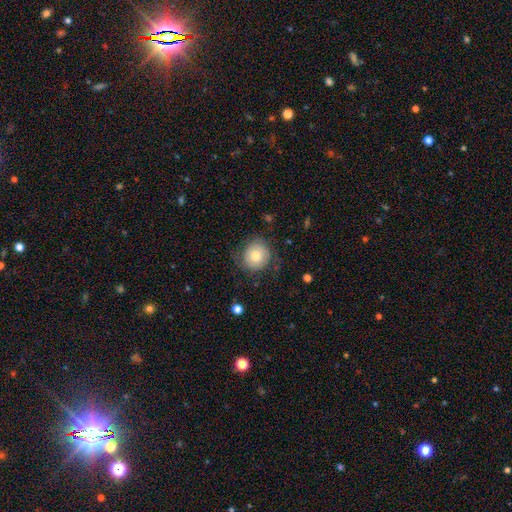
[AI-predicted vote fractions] smooth_or_featured: smooth (p=0.64) [alt: featured or disk p=0.28]
how_rounded: round (p=0.82) [alt: in between p=0.17]
merging: none (p=0.65) [alt: minor disturbance p=0.22]